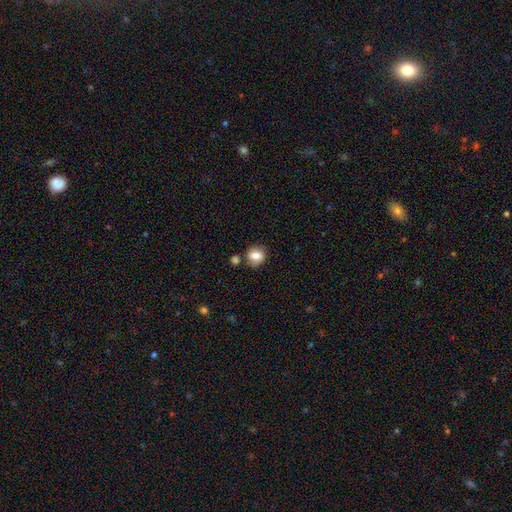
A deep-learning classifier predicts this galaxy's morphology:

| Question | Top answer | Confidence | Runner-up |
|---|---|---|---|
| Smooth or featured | smooth | 82% | featured or disk (10%) |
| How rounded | round | 76% | in between (23%) |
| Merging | none | 74% | minor disturbance (12%) |